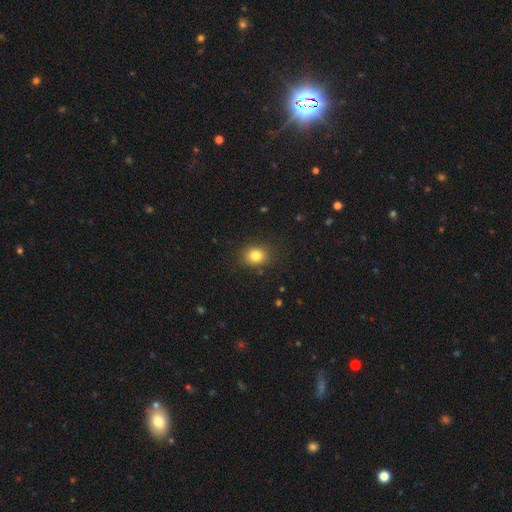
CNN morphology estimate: The model was most divided on "how rounded": round: 56%, in between: 44%, cigar-shaped: 1%. More confident: merging — none (86%); smooth or featured — smooth (81%).